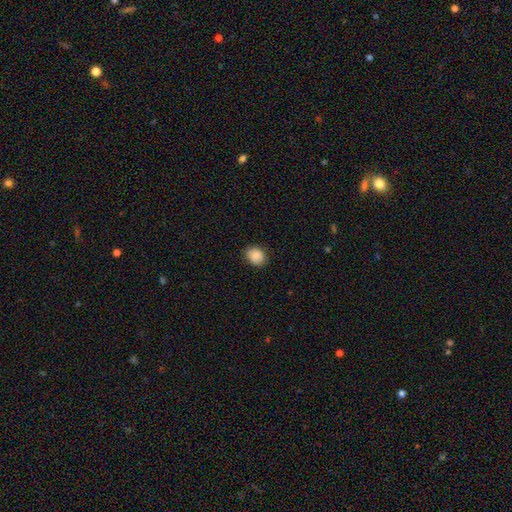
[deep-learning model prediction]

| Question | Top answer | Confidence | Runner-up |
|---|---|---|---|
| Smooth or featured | smooth | 84% | star or artifact (8%) |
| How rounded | round | 54% | in between (45%) |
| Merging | none | 84% | minor disturbance (12%) |